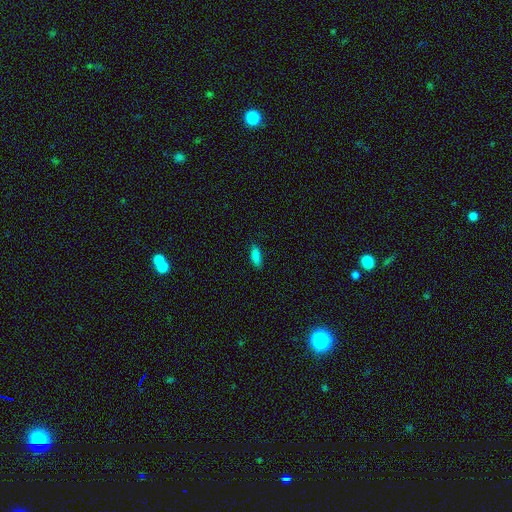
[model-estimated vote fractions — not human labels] smooth 86%, star or artifact 9%, featured or disk 5%. Down the decision tree: how rounded — in between (63%); merging — none (87%).